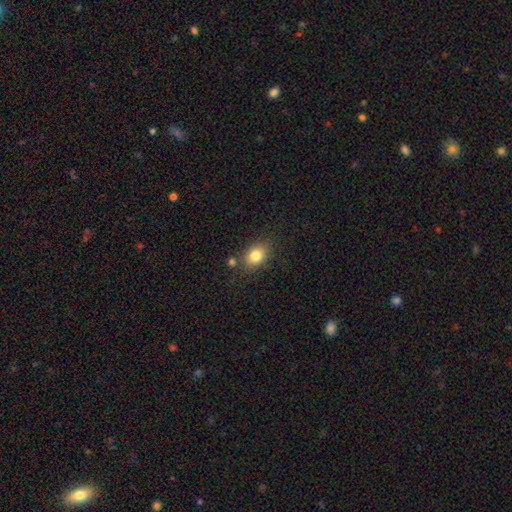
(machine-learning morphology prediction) Smooth or featured: smooth — 82% (star or artifact — 10%)
How rounded: in between — 60% (round — 39%)
Merging: none — 76% (minor disturbance — 13%)